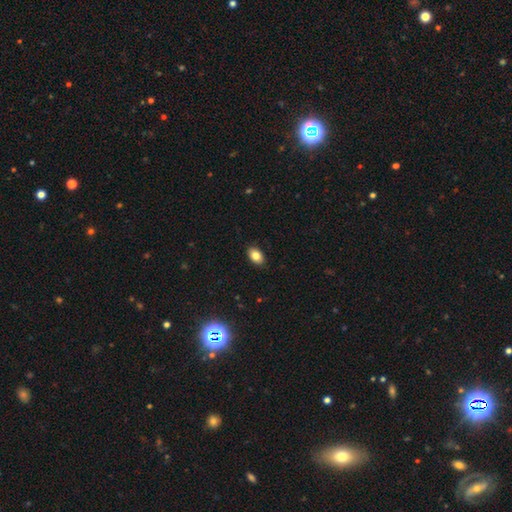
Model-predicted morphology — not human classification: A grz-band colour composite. It shows a smooth galaxy with no disk features (82%) that is in between round and cigar-shaped (87%). Merging: none (89%).